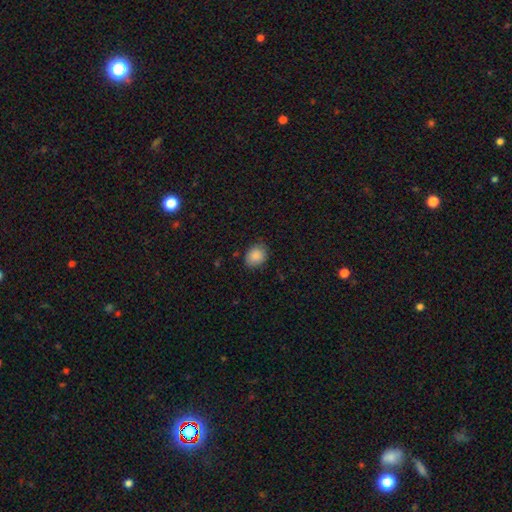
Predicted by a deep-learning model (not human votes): smooth_or_featured: smooth (p=0.88) [alt: star or artifact p=0.08]
how_rounded: round (p=0.50) [alt: in between p=0.49]
merging: none (p=0.80) [alt: minor disturbance p=0.16]